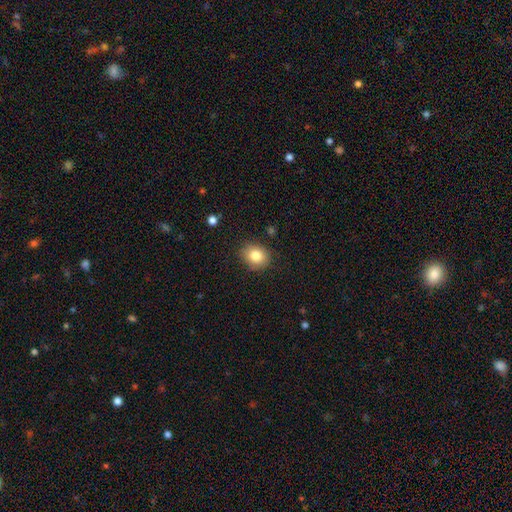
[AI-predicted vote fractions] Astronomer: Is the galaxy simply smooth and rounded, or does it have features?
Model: smooth — 82%.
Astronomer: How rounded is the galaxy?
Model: round — 64%.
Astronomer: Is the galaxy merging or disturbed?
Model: none — 86%.